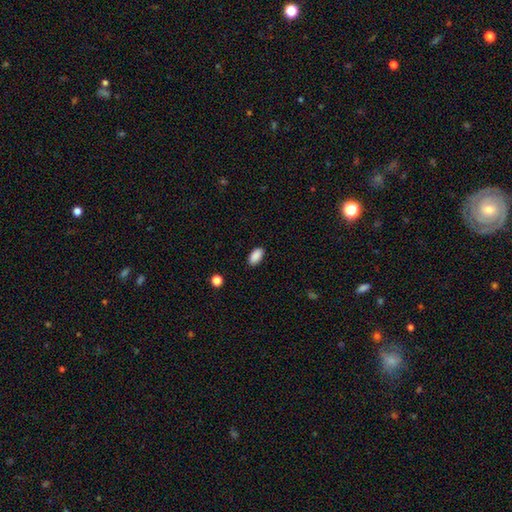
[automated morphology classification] type=smooth (89%); roundness=in between (93%); merging=none (87%).